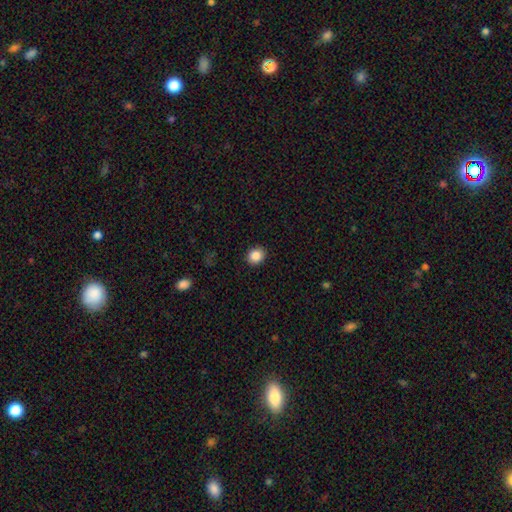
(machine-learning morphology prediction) A smooth galaxy with no disk features (86%) that is round (71%).

Vote fractions:
- Smooth or featured? smooth: 86% / star or artifact: 10% / featured or disk: 4%
- How rounded? round: 71% / in between: 28% / cigar-shaped: 1%
- Merging? none: 91% / minor disturbance: 6% / major disturbance: 2% / merger: 1%